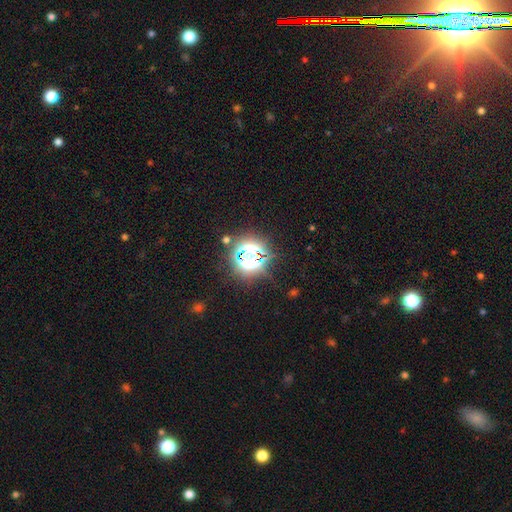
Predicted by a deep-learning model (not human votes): star or artifact 72%, smooth 18%, featured or disk 10%.